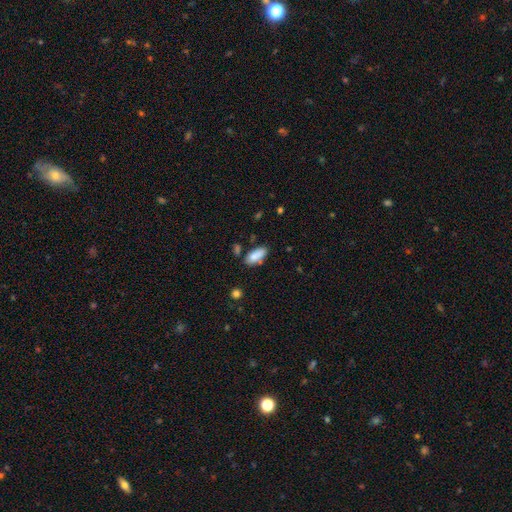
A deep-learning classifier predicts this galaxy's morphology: Smooth or featured? Predicted: smooth (p=0.84). How rounded? Predicted: in between (p=0.85). Merging? Predicted: none (p=0.71).